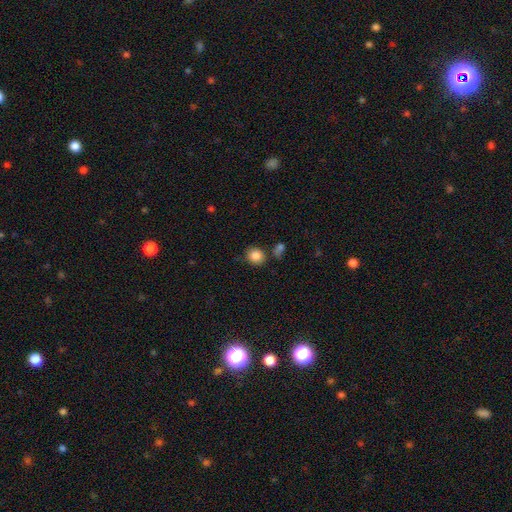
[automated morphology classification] Smooth or featured? Predicted: smooth (p=0.86). How rounded? Predicted: round (p=0.80). Merging? Predicted: none (p=0.77).